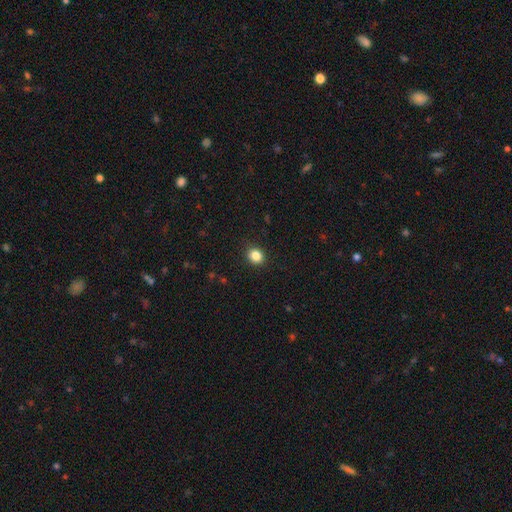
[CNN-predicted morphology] Smooth or featured? Predicted: smooth (p=0.85). How rounded? Predicted: round (p=0.71). Merging? Predicted: none (p=0.89).